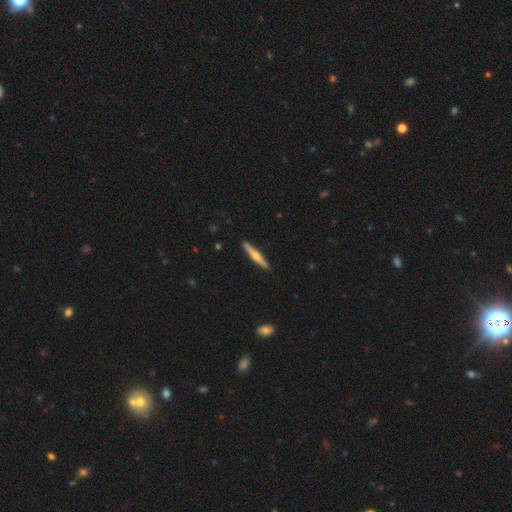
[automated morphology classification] type=featured or disk (57%); edge-on=yes (97%); edge-on bulge=rounded (88%); merging=none (92%).